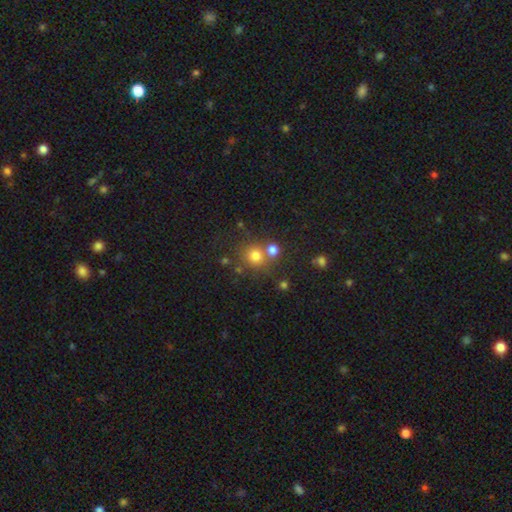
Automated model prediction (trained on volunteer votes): The model was most divided on "merging": none: 64%, merger: 24%, minor disturbance: 9%, major disturbance: 4%. More confident: how rounded — round (88%); smooth or featured — smooth (76%).